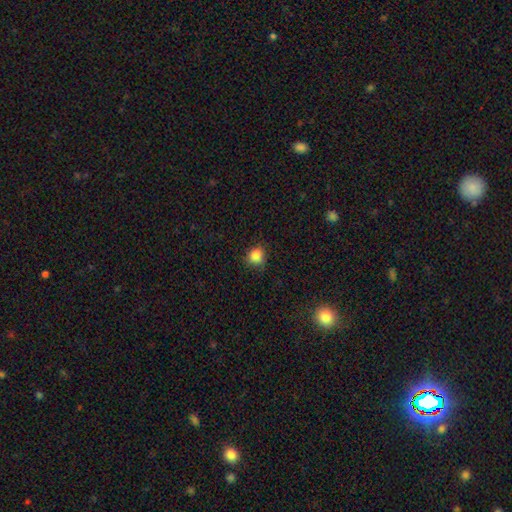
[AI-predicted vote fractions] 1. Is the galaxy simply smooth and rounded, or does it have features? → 85% smooth, 11% star or artifact, 4% featured or disk.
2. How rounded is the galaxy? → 81% round, 18% in between, 1% cigar-shaped.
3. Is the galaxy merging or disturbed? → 77% none, 18% minor disturbance, 4% major disturbance, 1% merger.